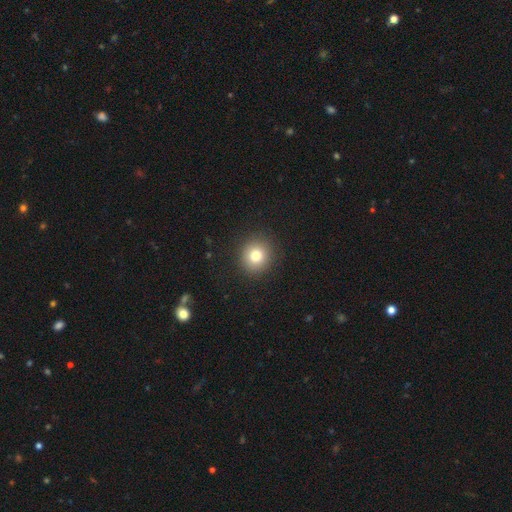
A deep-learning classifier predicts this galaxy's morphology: smooth 78%, star or artifact 12%, featured or disk 9%. Down the decision tree: how rounded — round (88%); merging — none (90%).